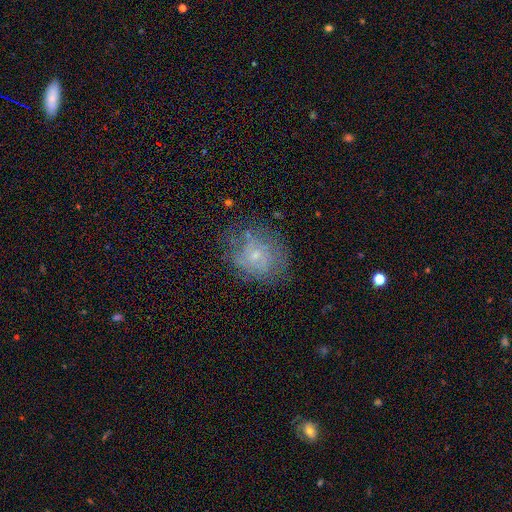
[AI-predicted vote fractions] Smooth or featured: featured or disk — 55% (smooth — 34%)
Edge-on disk: no — 97% (yes — 3%)
Bar: no — 72% (weak — 24%)
Spiral arms: yes — 64% (no — 36%)
Bulge size: small — 72% (moderate — 20%)
Merging: none — 61% (minor disturbance — 23%)